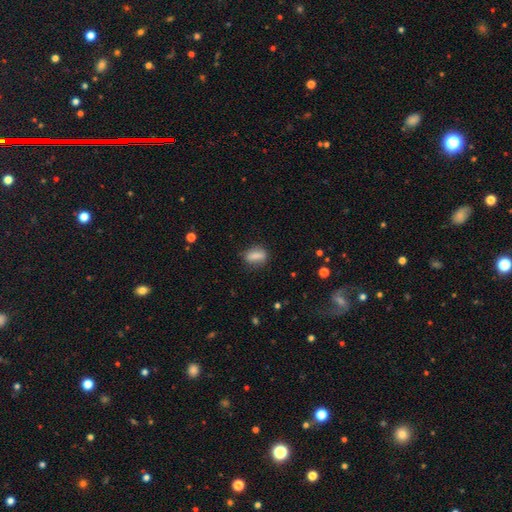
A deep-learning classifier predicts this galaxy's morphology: Smooth or featured? smooth (80%)
How rounded? in between (68%)
Merging? none (79%)